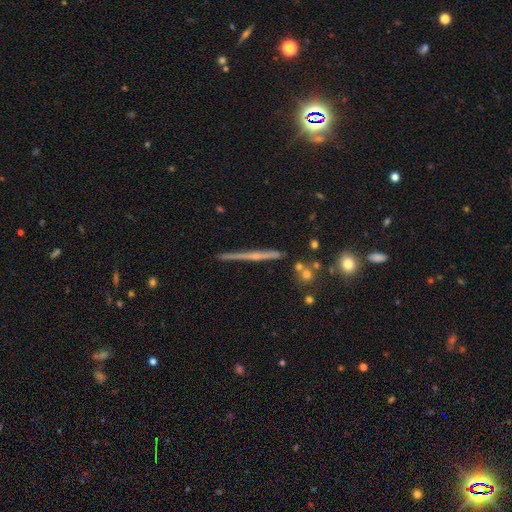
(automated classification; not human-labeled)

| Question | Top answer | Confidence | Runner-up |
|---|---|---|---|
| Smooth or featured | featured or disk | 70% | smooth (21%) |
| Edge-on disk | yes | 98% | no (2%) |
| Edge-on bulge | none | 47% | rounded (45%) |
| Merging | none | 88% | minor disturbance (8%) |